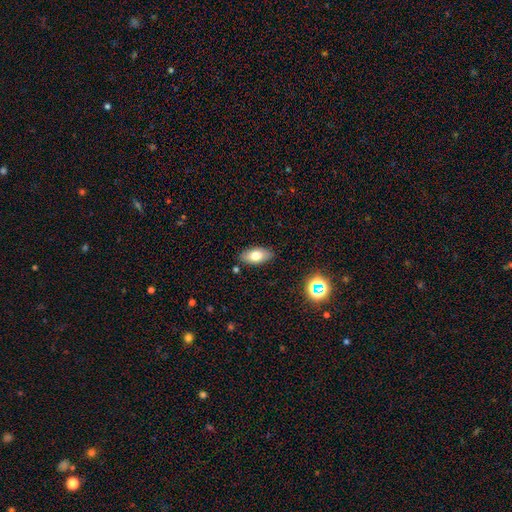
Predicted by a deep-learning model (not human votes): smooth_or_featured: smooth (p=0.75) [alt: featured or disk p=0.17]
how_rounded: in between (p=0.92) [alt: cigar-shaped p=0.04]
merging: none (p=0.85) [alt: minor disturbance p=0.10]